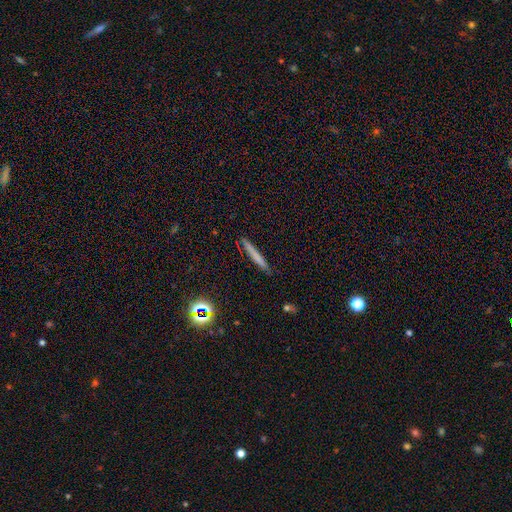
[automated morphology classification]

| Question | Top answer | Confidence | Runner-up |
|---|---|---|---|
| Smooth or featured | smooth | 69% | featured or disk (21%) |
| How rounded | cigar-shaped | 96% | in between (3%) |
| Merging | none | 87% | minor disturbance (9%) |